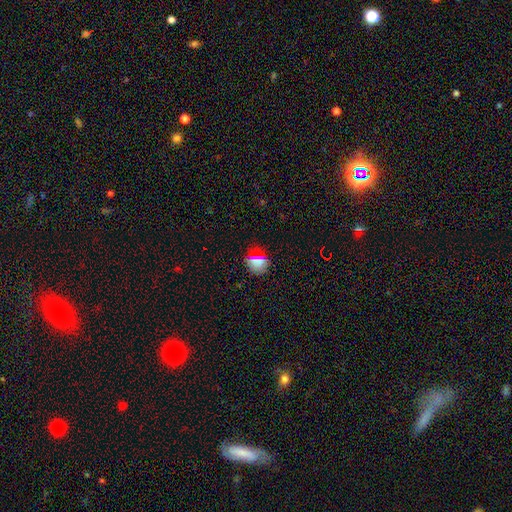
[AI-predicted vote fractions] The model was most divided on "smooth or featured": smooth: 66%, star or artifact: 26%, featured or disk: 8%. More confident: merging — none (80%); how rounded — round (68%).